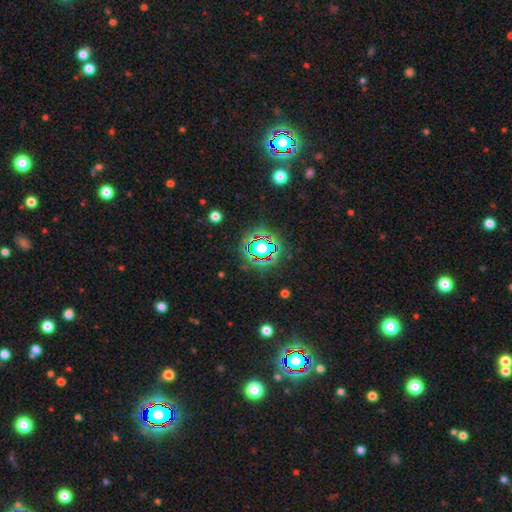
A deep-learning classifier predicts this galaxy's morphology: Smooth or featured?
  - star or artifact: 80% *
  - smooth: 12%
  - featured or disk: 8%